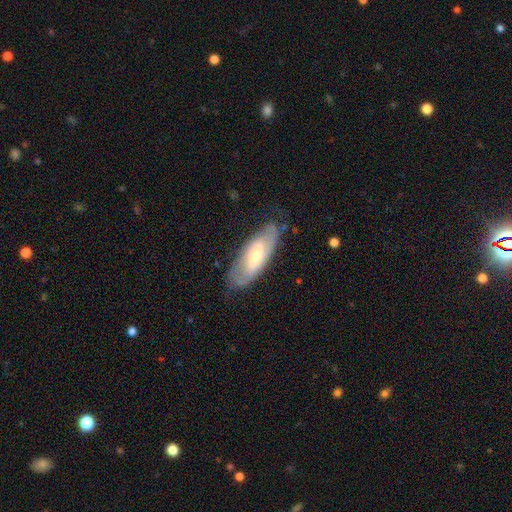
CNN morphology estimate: Smooth or featured? Predicted: featured or disk (p=0.65). Edge-on disk? Predicted: no (p=0.84). Bar? Predicted: no (p=0.45). Spiral arms? Predicted: yes (p=0.79). Bulge size? Predicted: small (p=0.52). Merging? Predicted: none (p=0.73).